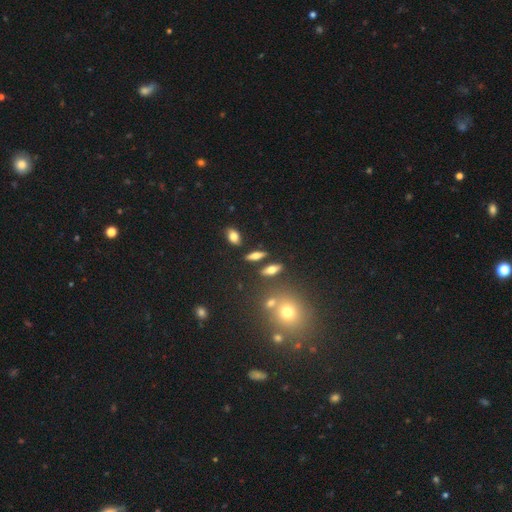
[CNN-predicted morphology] This appears to be a smooth galaxy with no disk features (53%) that is in between round and cigar-shaped (49%). Merging: none (80%).